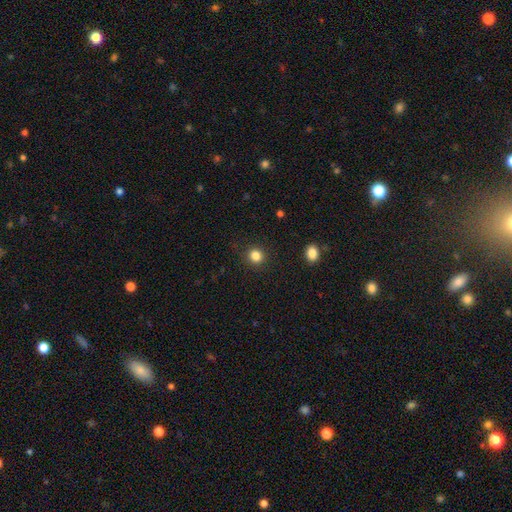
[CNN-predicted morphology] Smooth or featured: smooth — 84% (star or artifact — 12%)
How rounded: round — 87% (in between — 13%)
Merging: none — 90% (minor disturbance — 6%)